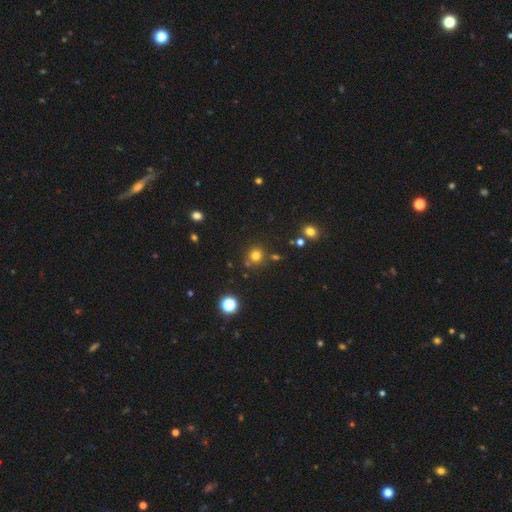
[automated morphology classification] The model was most divided on "smooth or featured": smooth: 76%, star or artifact: 18%, featured or disk: 6%. More confident: how rounded — round (91%); merging — none (80%).